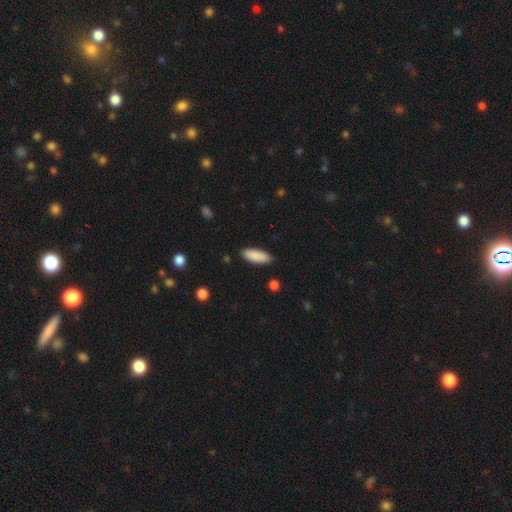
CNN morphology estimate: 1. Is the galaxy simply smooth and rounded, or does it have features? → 89% smooth, 6% star or artifact, 5% featured or disk.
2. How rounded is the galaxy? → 66% in between, 33% cigar-shaped, 2% round.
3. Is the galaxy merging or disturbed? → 87% none, 10% minor disturbance, 2% major disturbance, 1% merger.